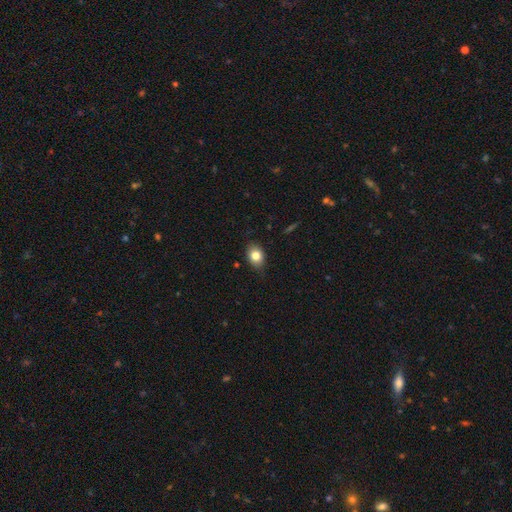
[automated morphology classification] Overall: smooth (81%). How rounded: in between (65%; round 34%). Merging: none (79%).